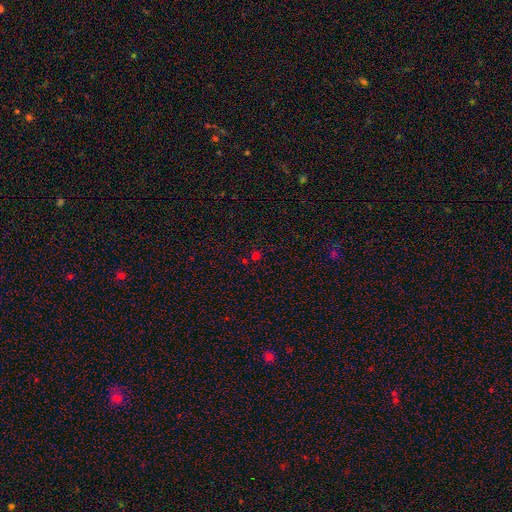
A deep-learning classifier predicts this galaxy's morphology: Smooth or featured? Predicted: smooth (p=0.52). How rounded? Predicted: round (p=0.88). Merging? Predicted: none (p=0.75).